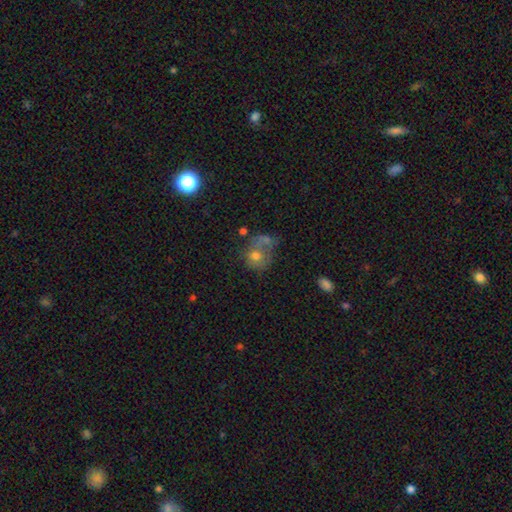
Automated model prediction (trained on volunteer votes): smooth 55%, featured or disk 33%, star or artifact 12%. Down the decision tree: how rounded — round (63%); merging — merger (33%).